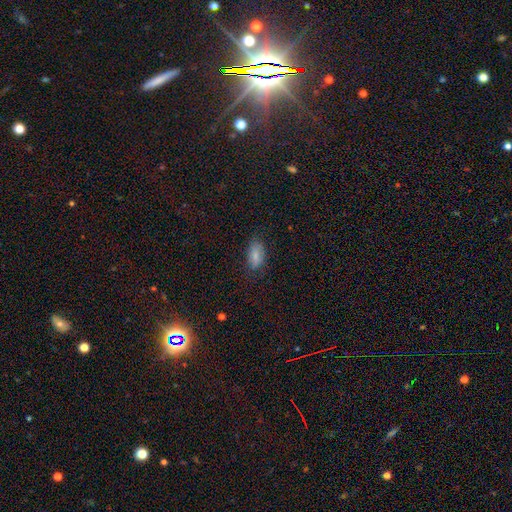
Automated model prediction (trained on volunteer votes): A smooth galaxy with no disk features (80%) that is in between round and cigar-shaped (89%).

Vote fractions:
- Smooth or featured? smooth: 80% / featured or disk: 10% / star or artifact: 10%
- How rounded? in between: 89% / cigar-shaped: 6% / round: 4%
- Merging? none: 72% / minor disturbance: 20% / major disturbance: 6% / merger: 1%